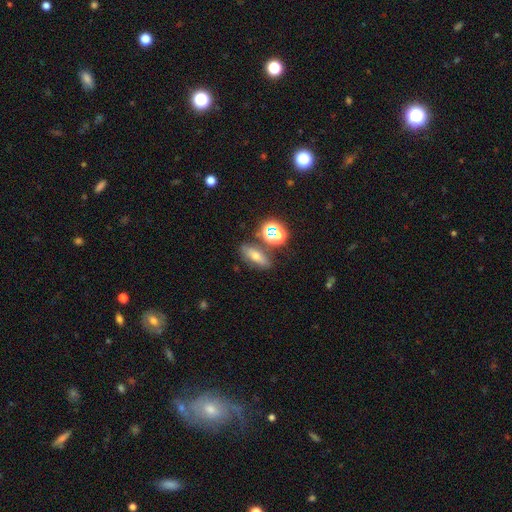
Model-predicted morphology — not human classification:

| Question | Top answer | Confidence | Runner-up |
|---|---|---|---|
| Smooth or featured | smooth | 46% | featured or disk (29%) |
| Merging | none | 73% | minor disturbance (13%) |